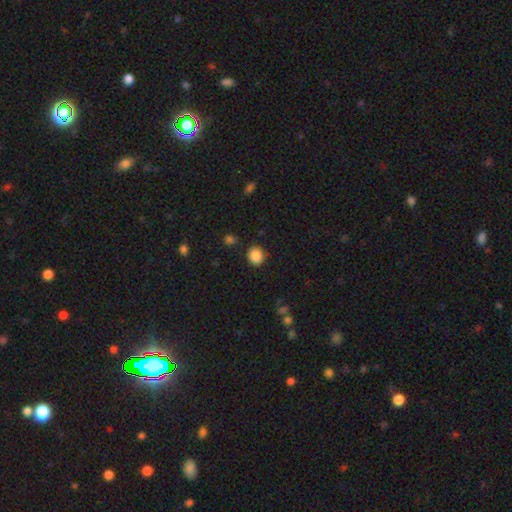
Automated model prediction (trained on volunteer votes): Smooth or featured? Predicted: smooth (p=0.87). How rounded? Predicted: round (p=0.77). Merging? Predicted: none (p=0.86).